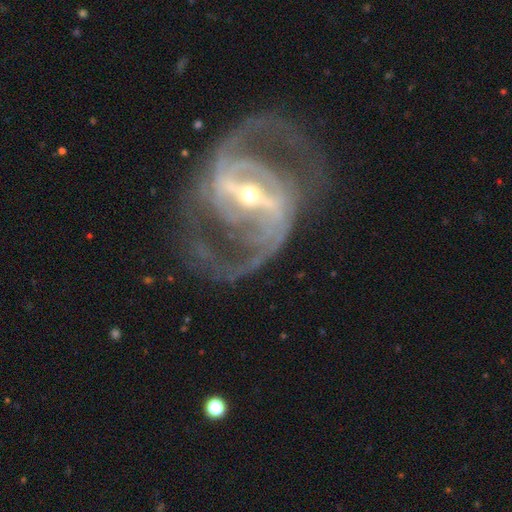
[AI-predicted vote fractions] Smooth or featured?
  - featured or disk: 92% *
  - star or artifact: 5%
  - smooth: 3%
Edge-on disk?
  - no: 96% *
  - yes: 4%
Bar?
  - strong: 77% *
  - weak: 18%
  - no: 5%
Spiral arms?
  - yes: 97% *
  - no: 3%
Spiral winding?
  - medium: 58% *
  - loose: 22%
  - tight: 20%
Spiral arm count?
  - 2: 88% *
  - 3: 3%
  - can't tell: 3%
  - 1: 2%
  - 4: 2%
  - more than 4: 2%
Bulge size?
  - small: 60% *
  - moderate: 35%
  - large: 3%
  - dominant: 1%
  - none: 1%
Merging?
  - none: 72% *
  - major disturbance: 14%
  - minor disturbance: 13%
  - merger: 2%